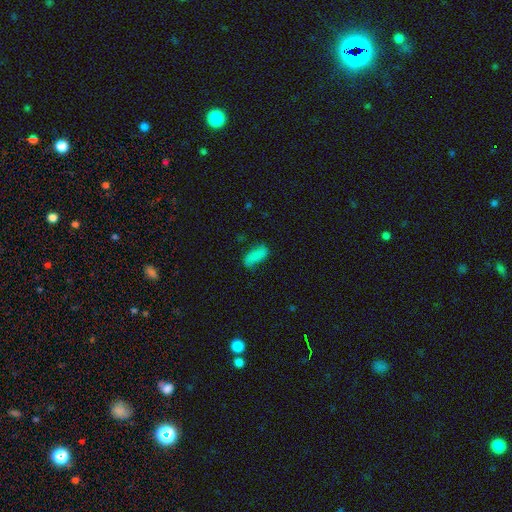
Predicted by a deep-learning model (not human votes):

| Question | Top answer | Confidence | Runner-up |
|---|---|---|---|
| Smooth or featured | smooth | 80% | featured or disk (11%) |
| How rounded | in between | 83% | cigar-shaped (15%) |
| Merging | none | 66% | minor disturbance (25%) |